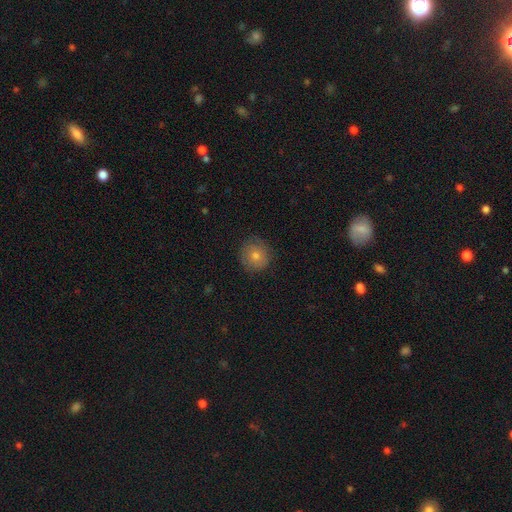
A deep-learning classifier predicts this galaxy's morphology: A smooth galaxy with no disk features (65%) that is round (91%). Merging: none (84%).